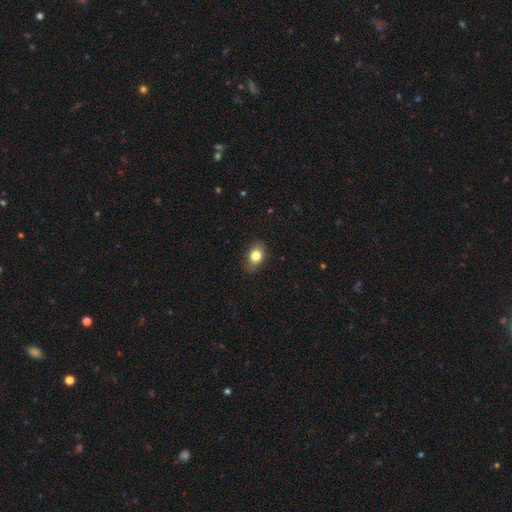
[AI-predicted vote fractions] This is clearly a smooth galaxy (81%). How rounded: likely in between (75%). Merging: clearly none (82%).